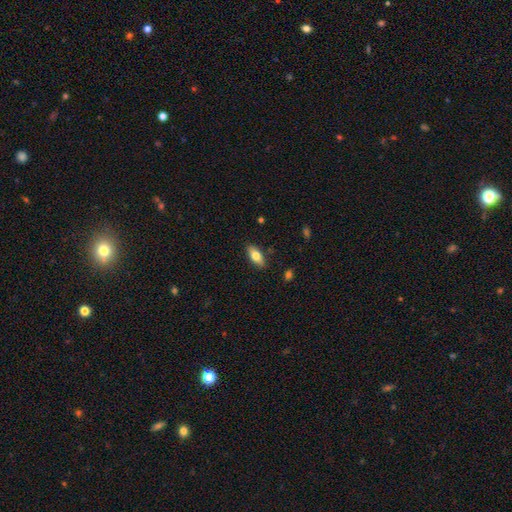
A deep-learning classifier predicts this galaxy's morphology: A smooth galaxy with no disk features (72%) that is in between round and cigar-shaped (83%). Merging: none (86%).